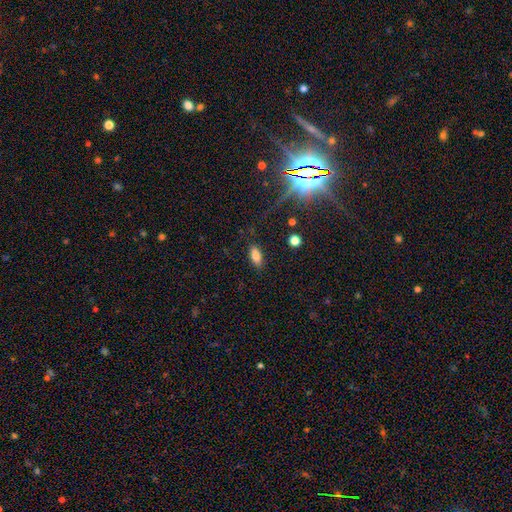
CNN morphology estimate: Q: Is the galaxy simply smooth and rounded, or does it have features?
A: smooth — 82%.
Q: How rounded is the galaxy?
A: in between — 84%.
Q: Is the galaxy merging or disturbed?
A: none — 85%.